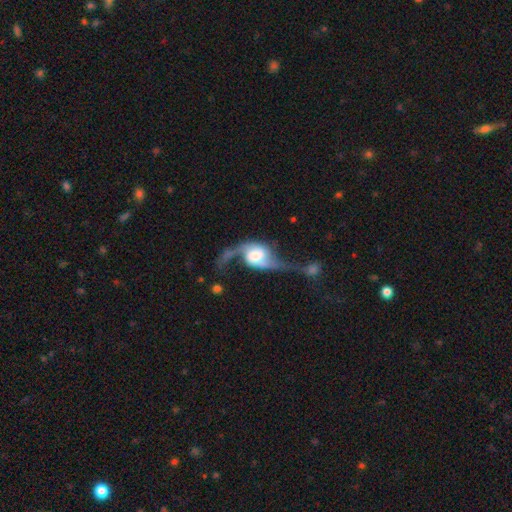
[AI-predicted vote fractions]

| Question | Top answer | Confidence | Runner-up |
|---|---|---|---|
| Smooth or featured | featured or disk | 84% | smooth (11%) |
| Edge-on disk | no | 95% | yes (5%) |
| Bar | no | 46% | weak (39%) |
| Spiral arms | yes | 95% | no (5%) |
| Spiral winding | loose | 83% | medium (14%) |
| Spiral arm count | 2 | 91% | 1 (3%) |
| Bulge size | large | 39% | moderate (31%) |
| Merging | none | 35% | major disturbance (29%) |